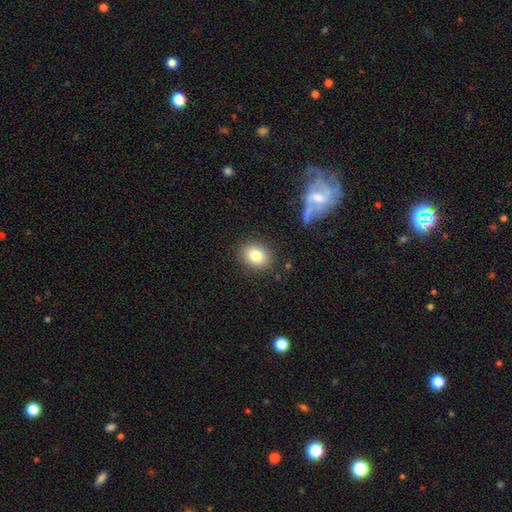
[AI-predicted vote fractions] This appears to be a smooth galaxy with no disk features (82%) that is in between round and cigar-shaped (50%). Merging: none (87%).